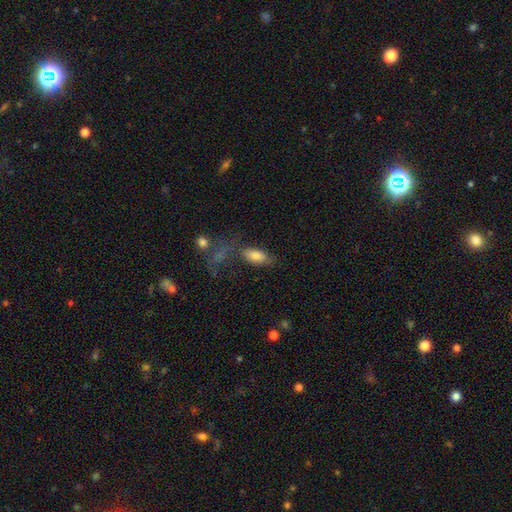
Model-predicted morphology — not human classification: smooth-or-featured: smooth: 80% | featured or disk: 12% | star or artifact: 8%
  how-rounded: in between: 87% | cigar-shaped: 9% | round: 4%
  merging: none: 59% | minor disturbance: 18% | merger: 12% | major disturbance: 10%